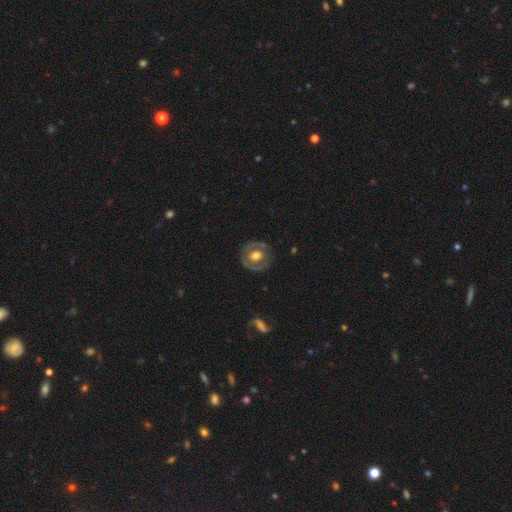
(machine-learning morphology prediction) Q: Smooth or featured?
A: featured or disk (57%); runner-up: smooth (37%)
Q: Edge-on disk?
A: no (95%); runner-up: yes (5%)
Q: Bar?
A: no (68%); runner-up: weak (24%)
Q: Spiral arms?
A: no (69%); runner-up: yes (31%)
Q: Bulge size?
A: moderate (55%); runner-up: large (37%)
Q: Merging?
A: none (78%); runner-up: minor disturbance (15%)